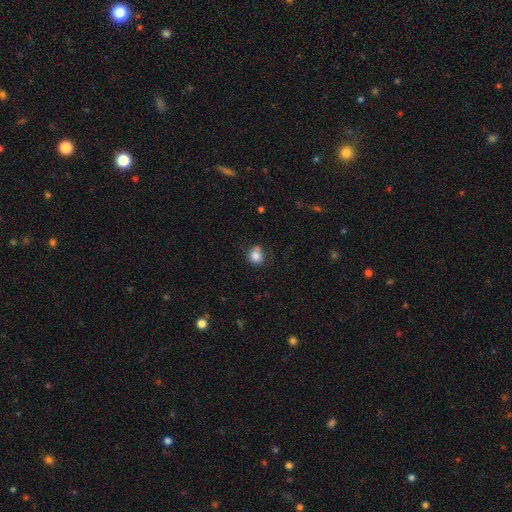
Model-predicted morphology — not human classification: The model was most divided on "merging": none: 62%, minor disturbance: 27%, major disturbance: 8%, merger: 3%. More confident: smooth or featured — smooth (83%); how rounded — round (73%).